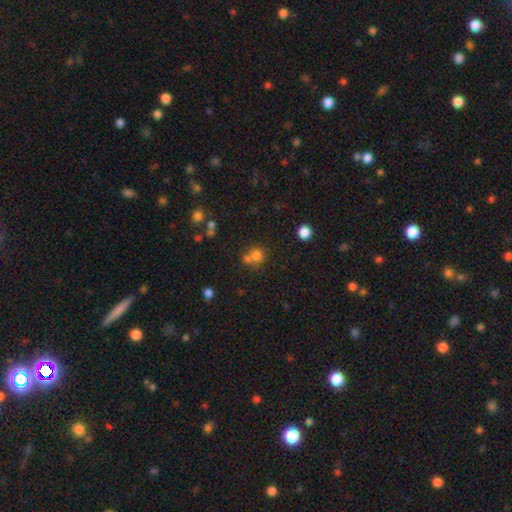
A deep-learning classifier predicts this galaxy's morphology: Overall: smooth (73%). How rounded: round (79%). Merging: none (46%; merger 40%).